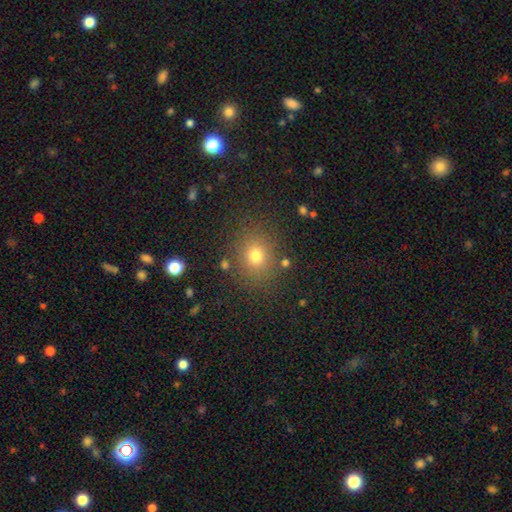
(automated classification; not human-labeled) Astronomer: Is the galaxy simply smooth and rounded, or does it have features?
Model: smooth — 74%.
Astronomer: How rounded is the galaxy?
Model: round — 74%.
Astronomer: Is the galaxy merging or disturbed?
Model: none — 83%.